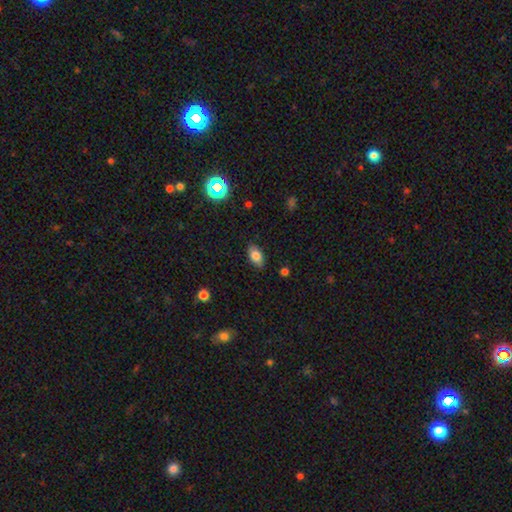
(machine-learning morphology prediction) Overall: smooth (80%). How rounded: in between (90%). Merging: none (85%).